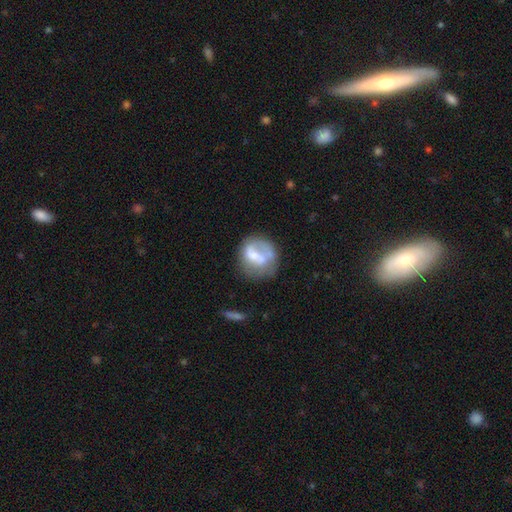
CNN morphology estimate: type=smooth (48%); merging=none (47%).